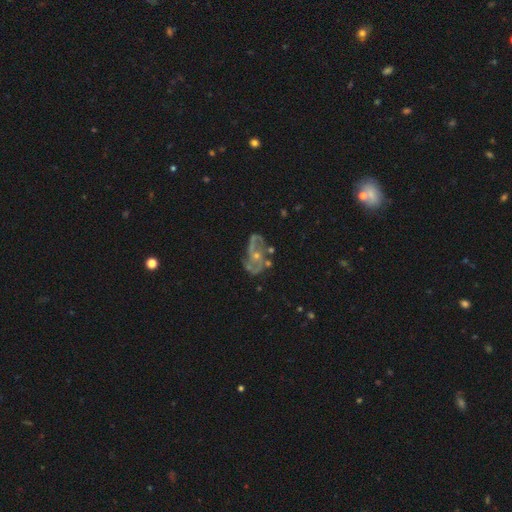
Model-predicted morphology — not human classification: type=featured or disk (80%); edge-on=no (96%); bar=no (67%); spiral arms=yes (84%); winding=medium (47%); arm count=2 (61%); bulge=small (62%); merging=none (58%).